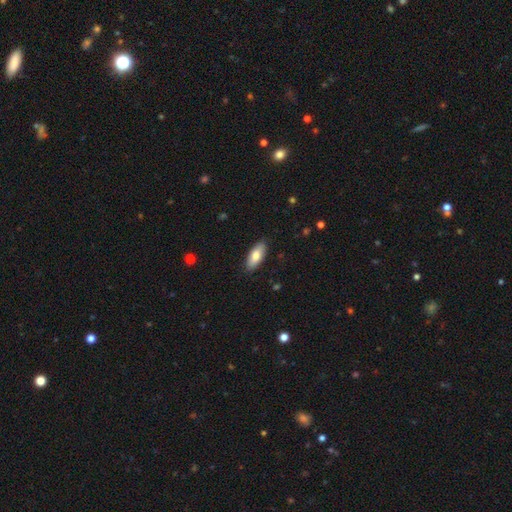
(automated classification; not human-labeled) This appears to be a smooth galaxy with no disk features (77%) that is in between round and cigar-shaped (81%). Merging: none (88%).